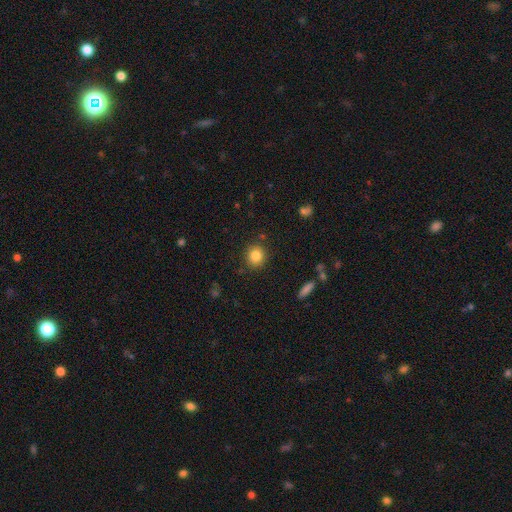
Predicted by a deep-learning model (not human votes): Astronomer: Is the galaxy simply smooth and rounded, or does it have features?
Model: smooth — 84%.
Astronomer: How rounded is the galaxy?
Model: round — 85%.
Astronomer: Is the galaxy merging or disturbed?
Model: none — 88%.